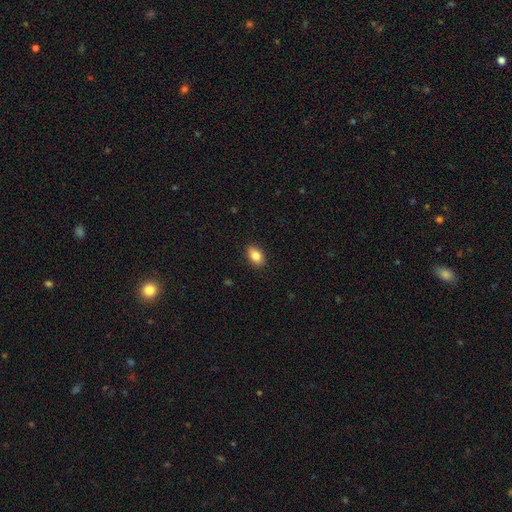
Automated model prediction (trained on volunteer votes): Overall: smooth (84%). How rounded: in between (87%). Merging: none (88%).